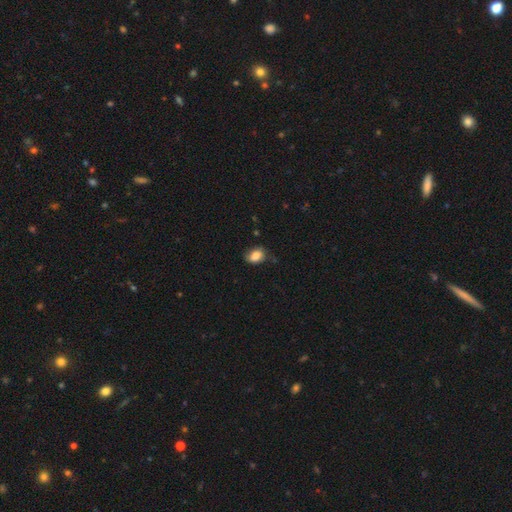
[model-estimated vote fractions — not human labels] Morphology: type=smooth (81%); roundness=in between (77%); merging=none (65%).